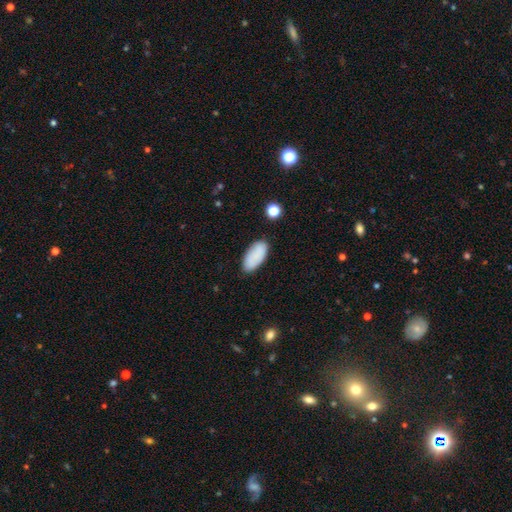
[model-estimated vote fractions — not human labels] smooth_or_featured: smooth (p=0.84) [alt: featured or disk p=0.09]
how_rounded: in between (p=0.93) [alt: cigar-shaped p=0.05]
merging: none (p=0.81) [alt: minor disturbance p=0.14]